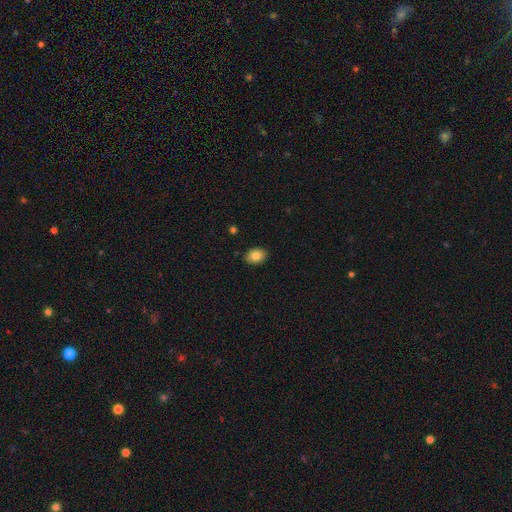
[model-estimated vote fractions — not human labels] Smooth or featured? Predicted: smooth (p=0.83). How rounded? Predicted: in between (p=0.74). Merging? Predicted: none (p=0.90).